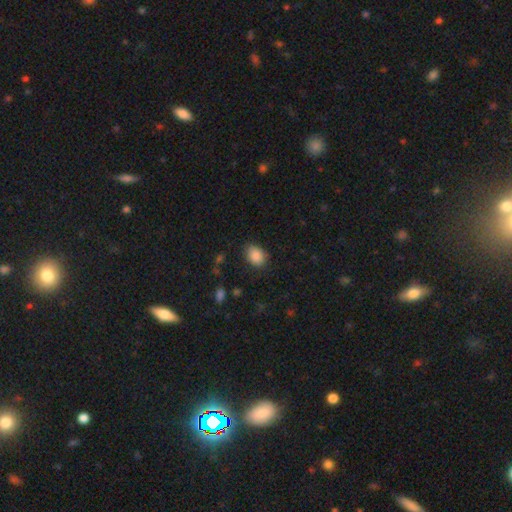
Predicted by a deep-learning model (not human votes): This appears to be a smooth galaxy with no disk features (87%) that is in between round and cigar-shaped (69%). Merging: none (80%).